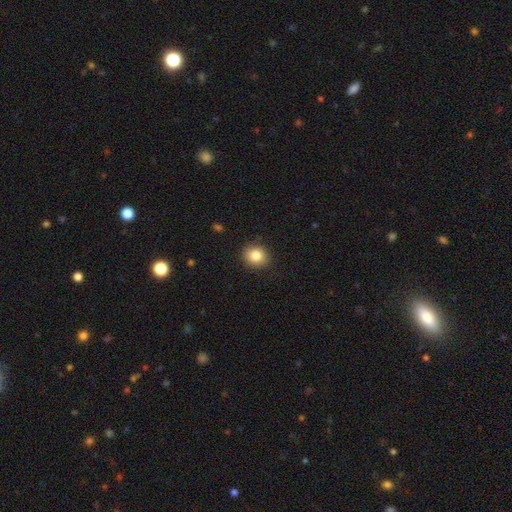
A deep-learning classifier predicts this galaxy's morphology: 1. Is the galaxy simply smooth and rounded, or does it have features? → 84% smooth, 10% star or artifact, 7% featured or disk.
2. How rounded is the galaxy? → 80% round, 20% in between, 1% cigar-shaped.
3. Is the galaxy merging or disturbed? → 89% none, 8% minor disturbance, 2% major disturbance, 1% merger.